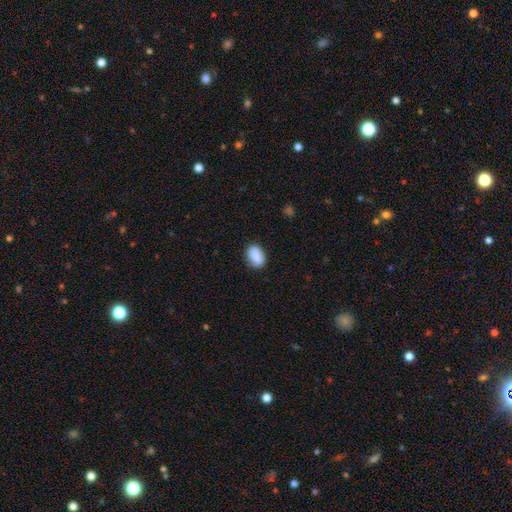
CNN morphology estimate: Smooth or featured: smooth — 88% (star or artifact — 7%)
How rounded: in between — 85% (round — 14%)
Merging: none — 79% (minor disturbance — 16%)